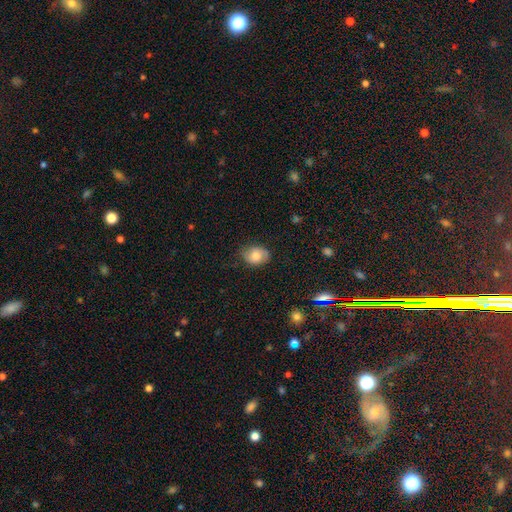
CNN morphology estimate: Overall: smooth (68%). How rounded: in between (61%; round 38%). Merging: none (73%).